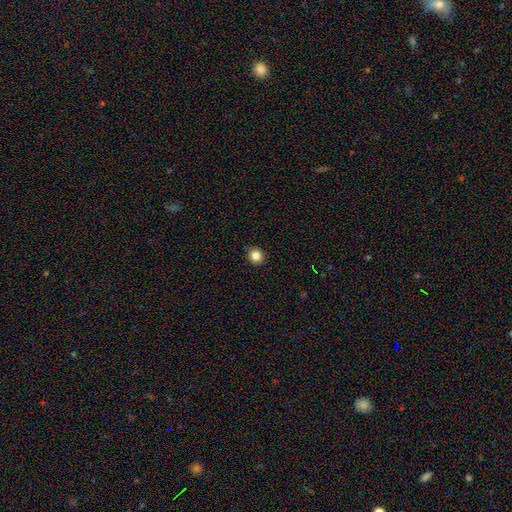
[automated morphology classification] This appears to be a smooth galaxy with no disk features (84%) that is round (84%). Merging: none (92%).